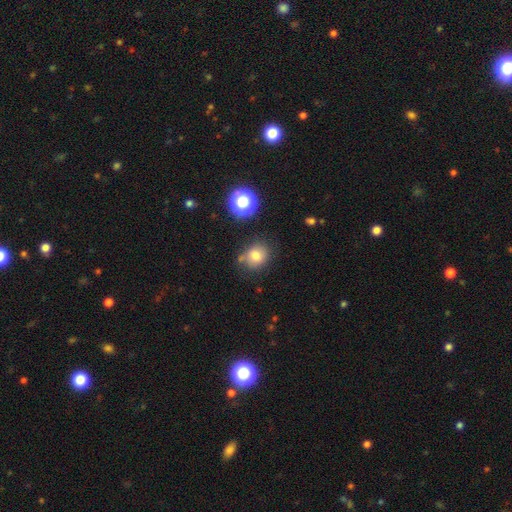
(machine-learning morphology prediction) Smooth or featured? smooth (76%)
How rounded? round (70%)
Merging? none (69%)